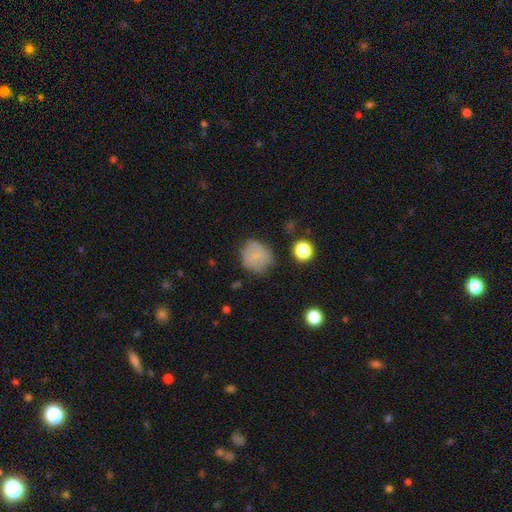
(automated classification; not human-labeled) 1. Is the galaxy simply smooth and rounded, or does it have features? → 74% smooth, 14% featured or disk, 11% star or artifact.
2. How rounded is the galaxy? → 84% round, 15% in between, 1% cigar-shaped.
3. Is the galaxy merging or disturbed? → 69% none, 21% minor disturbance, 7% major disturbance, 3% merger.